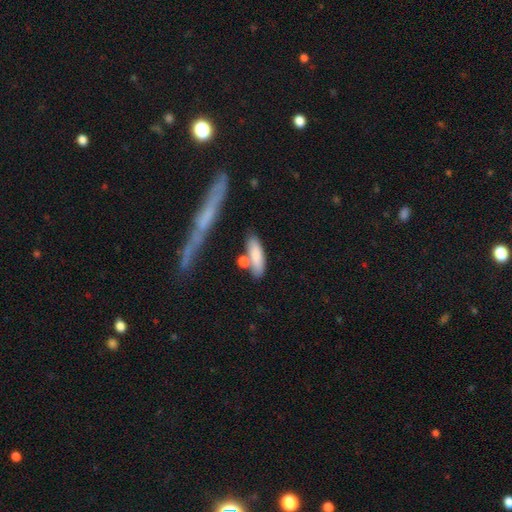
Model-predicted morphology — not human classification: smooth 80%, featured or disk 14%, star or artifact 6%. Down the decision tree: how rounded — cigar-shaped (50%); merging — none (58%).